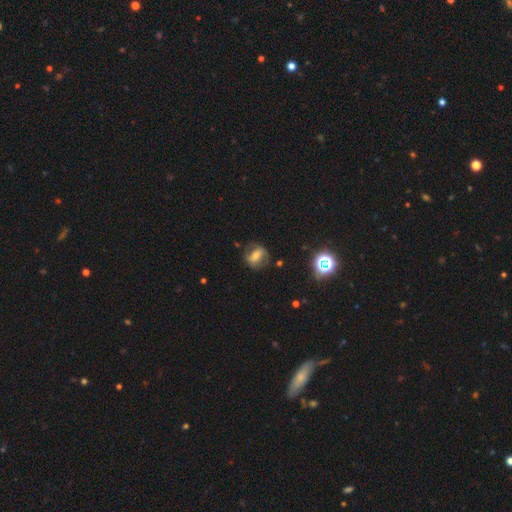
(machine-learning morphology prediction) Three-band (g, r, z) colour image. It shows a featured or disk galaxy (45%). Merging: none (71%).